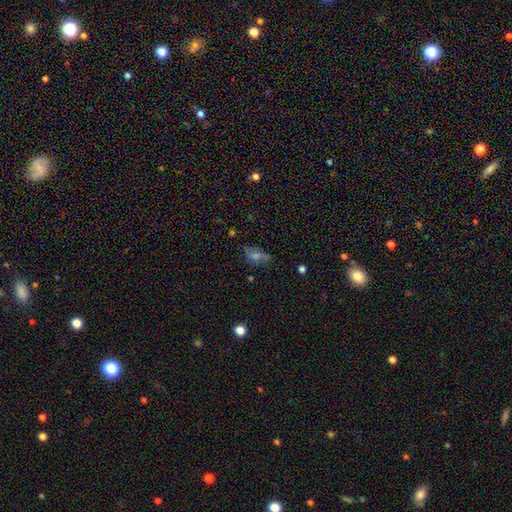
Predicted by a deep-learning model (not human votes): This is marginally a smooth galaxy (42%). Merging: likely none (61%).